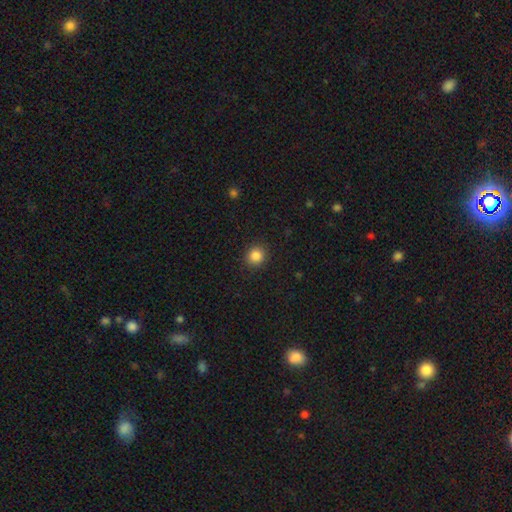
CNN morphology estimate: Overall: smooth (86%). How rounded: round (88%). Merging: none (91%).